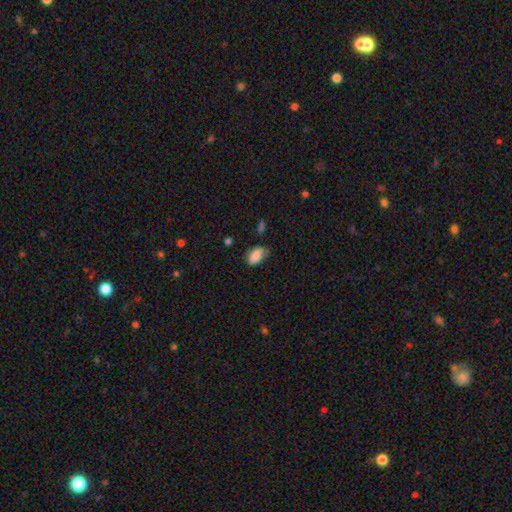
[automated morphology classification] Smooth or featured: smooth — 86% (star or artifact — 8%)
How rounded: in between — 91% (round — 6%)
Merging: none — 59% (minor disturbance — 32%)